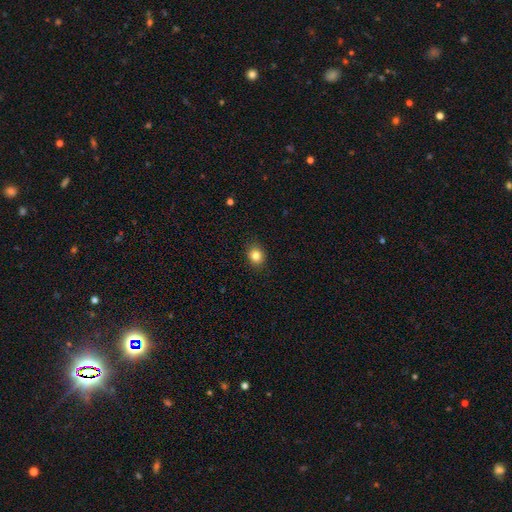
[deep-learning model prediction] Overall: smooth (83%). How rounded: round (68%; in between 31%). Merging: none (89%).